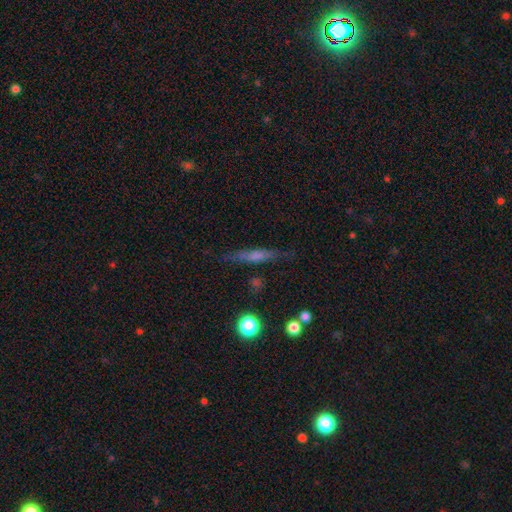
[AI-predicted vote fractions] Smooth or featured? featured or disk (52%)
Edge-on disk? yes (89%)
Merging? none (81%)